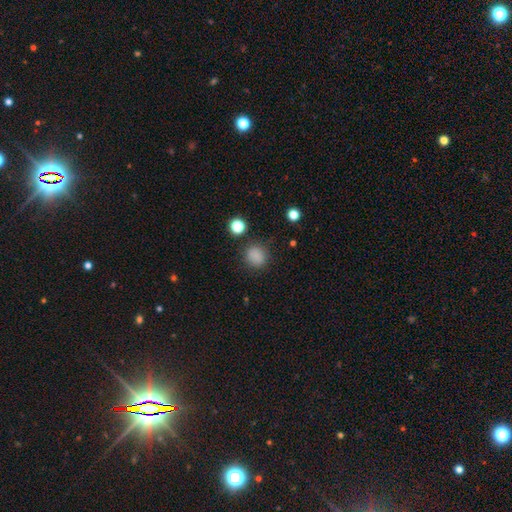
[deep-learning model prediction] A smooth galaxy with no disk features (83%) that is round (79%). Merging: none (82%).